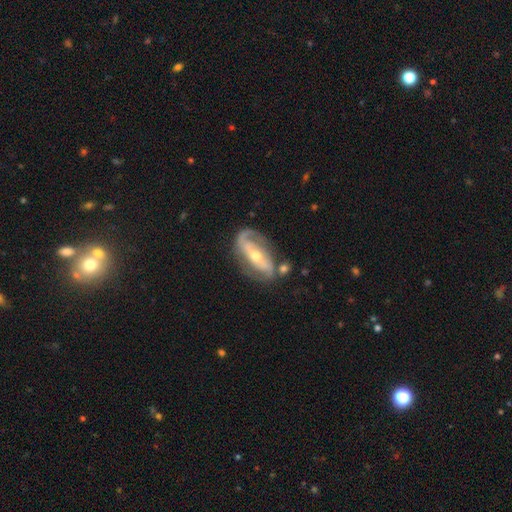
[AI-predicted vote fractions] Smooth or featured: featured or disk — 83% (smooth — 12%)
Edge-on disk: no — 93% (yes — 7%)
Bar: strong — 39% (no — 32%)
Spiral arms: yes — 89% (no — 11%)
Spiral winding: medium — 41% (tight — 35%)
Spiral arm count: 2 — 77% (1 — 10%)
Bulge size: moderate — 57% (small — 38%)
Merging: none — 66% (minor disturbance — 18%)